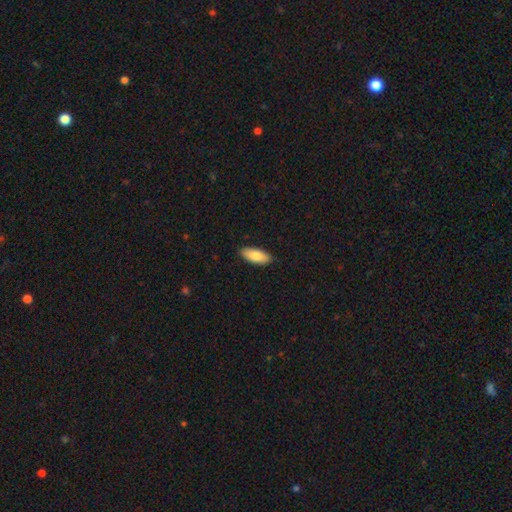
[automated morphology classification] Smooth or featured?
  - smooth: 84% *
  - featured or disk: 10%
  - star or artifact: 6%
How rounded?
  - in between: 83% *
  - cigar-shaped: 16%
  - round: 2%
Merging?
  - none: 88% *
  - minor disturbance: 9%
  - major disturbance: 2%
  - merger: 1%